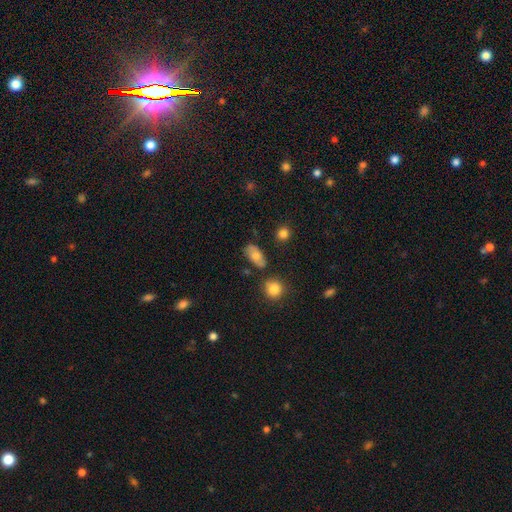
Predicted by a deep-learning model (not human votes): The model was most divided on "smooth or featured": smooth: 75%, featured or disk: 16%, star or artifact: 8%. More confident: how rounded — in between (89%); merging — none (75%).